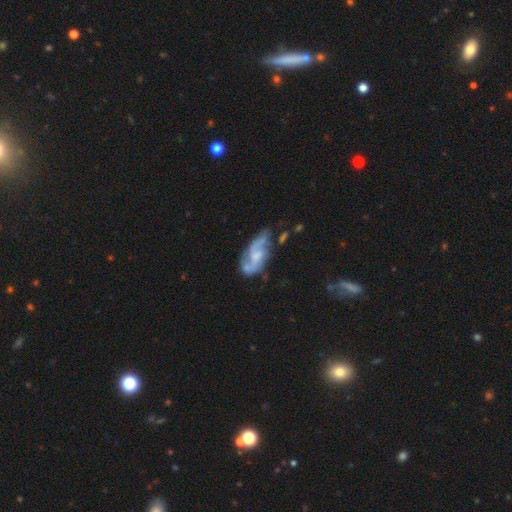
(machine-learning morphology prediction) featured or disk 71%, smooth 22%, star or artifact 7%. Down the decision tree: edge-on disk — no (93%); bar — no (56%); spiral arms — yes (81%); spiral arm count — 2 (63%); spiral winding — medium (43%); bulge size — moderate (34%); merging — none (45%).